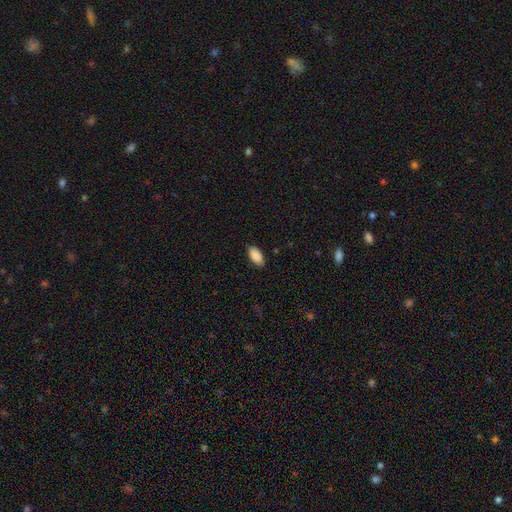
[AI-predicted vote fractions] Morphology: type=smooth (90%); roundness=in between (95%); merging=none (85%).